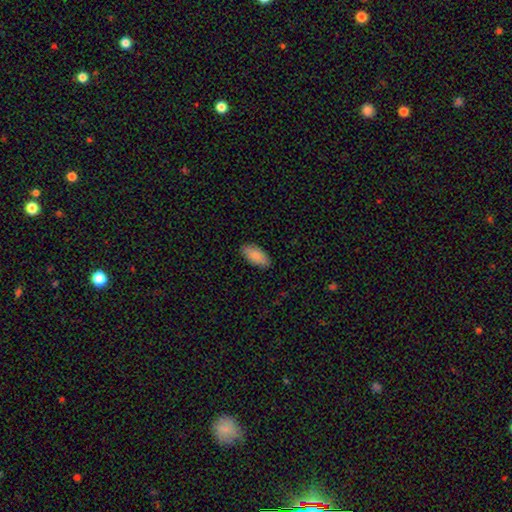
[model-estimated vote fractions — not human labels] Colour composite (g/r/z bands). It shows a smooth galaxy with no disk features (87%) that is in between round and cigar-shaped (93%). Merging: none (88%).